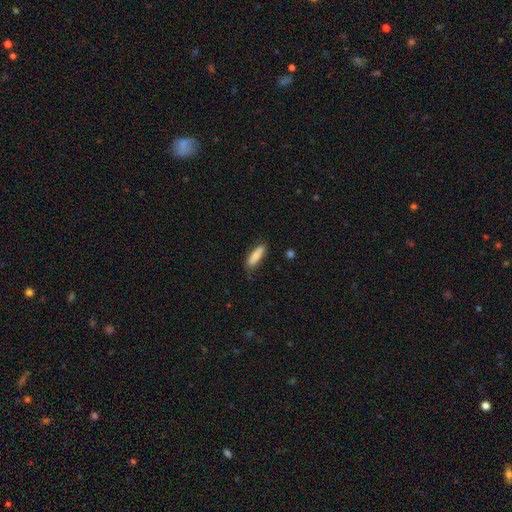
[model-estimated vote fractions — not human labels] Overall: smooth (84%). How rounded: cigar-shaped (54%; in between 44%). Merging: none (77%).